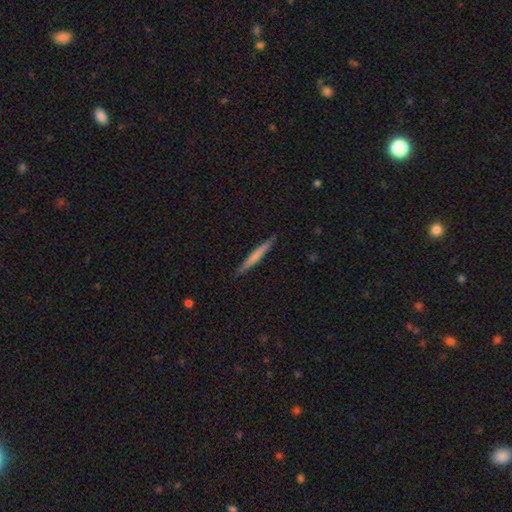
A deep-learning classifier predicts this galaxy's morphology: Q: Smooth or featured?
A: smooth (57%); runner-up: featured or disk (37%)
Q: How rounded?
A: cigar-shaped (96%); runner-up: in between (2%)
Q: Merging?
A: none (90%); runner-up: minor disturbance (8%)